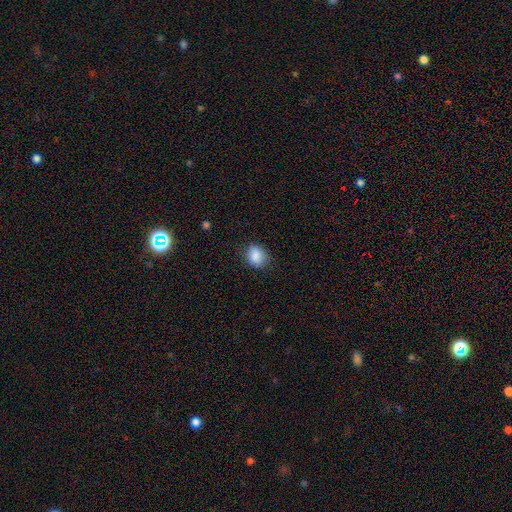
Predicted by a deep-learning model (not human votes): Q: Smooth or featured?
A: smooth (87%); runner-up: star or artifact (8%)
Q: How rounded?
A: in between (56%); runner-up: round (43%)
Q: Merging?
A: none (73%); runner-up: minor disturbance (21%)